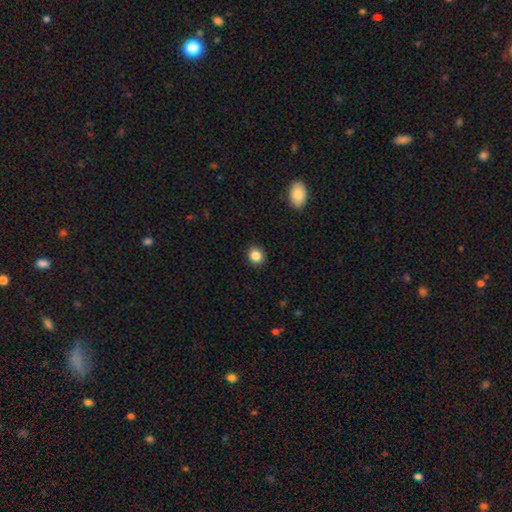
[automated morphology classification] Q: Smooth or featured?
A: smooth (86%); runner-up: star or artifact (10%)
Q: How rounded?
A: round (76%); runner-up: in between (23%)
Q: Merging?
A: none (91%); runner-up: minor disturbance (6%)